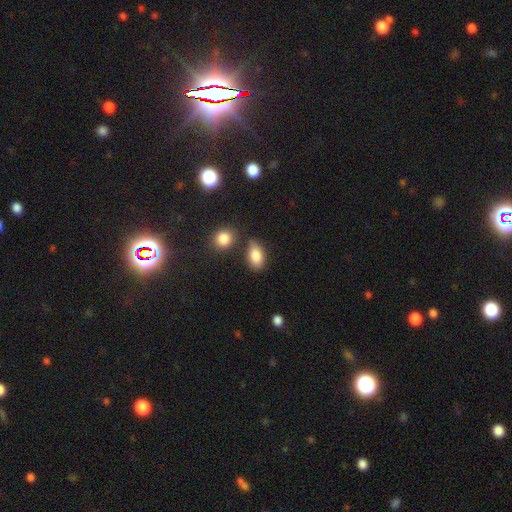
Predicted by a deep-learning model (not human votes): Smooth or featured?
  - smooth: 85% *
  - star or artifact: 8%
  - featured or disk: 7%
How rounded?
  - in between: 89% *
  - round: 8%
  - cigar-shaped: 3%
Merging?
  - none: 68% *
  - minor disturbance: 17%
  - merger: 10%
  - major disturbance: 4%